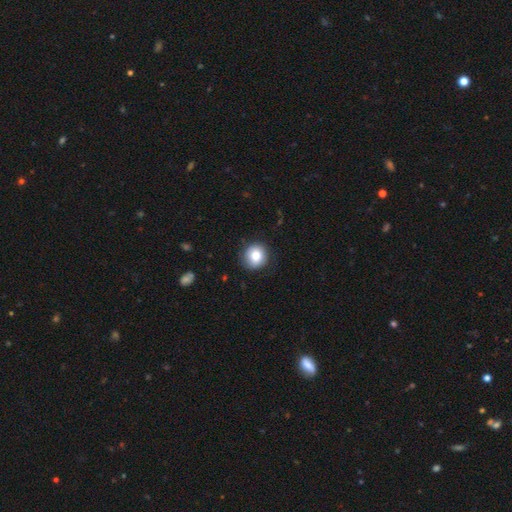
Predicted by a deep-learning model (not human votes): A smooth galaxy with no disk features (82%) that is round (89%). Merging: none (83%).